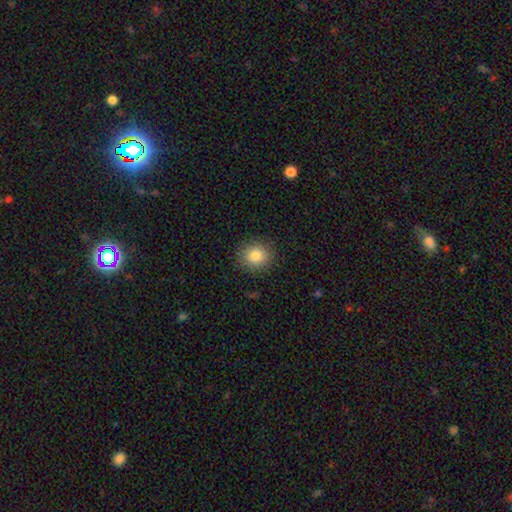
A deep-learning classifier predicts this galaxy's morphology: Overall: smooth (83%). How rounded: round (83%). Merging: none (88%).